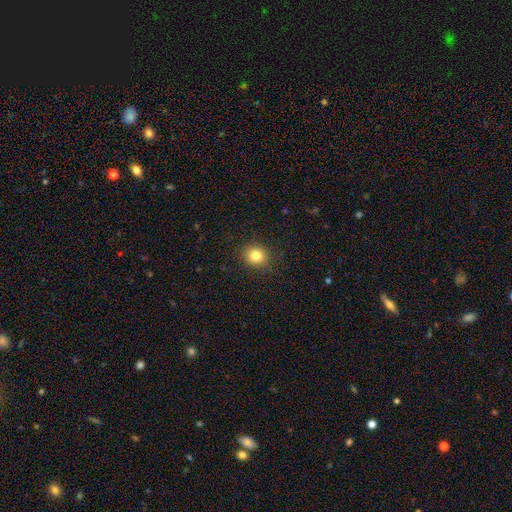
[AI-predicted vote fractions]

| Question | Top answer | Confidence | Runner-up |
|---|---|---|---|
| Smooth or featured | smooth | 81% | star or artifact (12%) |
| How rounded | round | 84% | in between (15%) |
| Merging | none | 90% | minor disturbance (7%) |